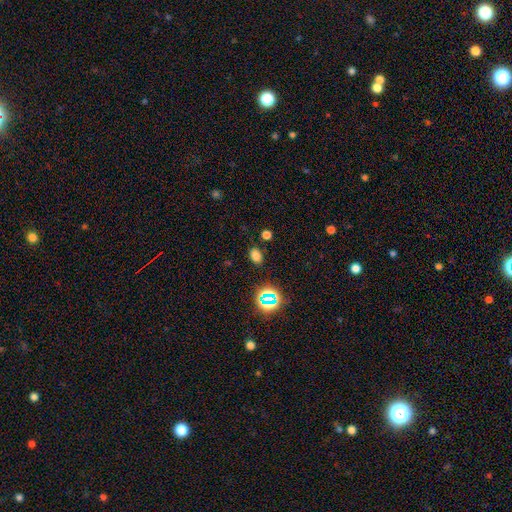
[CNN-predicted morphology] Smooth or featured?
  - smooth: 71% *
  - star or artifact: 23%
  - featured or disk: 6%
How rounded?
  - in between: 76% *
  - round: 23%
  - cigar-shaped: 1%
Merging?
  - none: 83% *
  - minor disturbance: 10%
  - major disturbance: 3%
  - merger: 3%